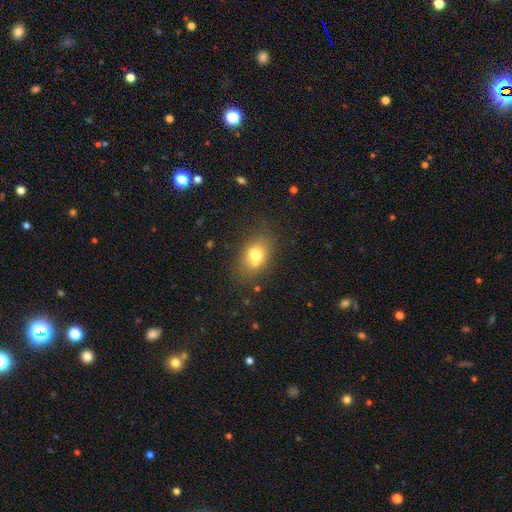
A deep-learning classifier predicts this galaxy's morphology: Smooth or featured? Predicted: smooth (p=0.73). How rounded? Predicted: in between (p=0.69). Merging? Predicted: none (p=0.66).